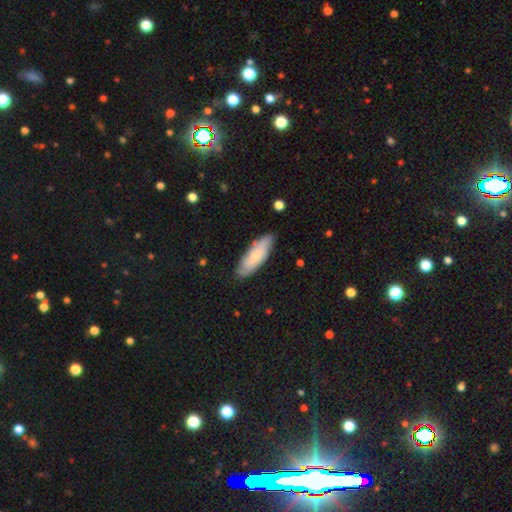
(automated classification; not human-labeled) This appears to be a smooth galaxy with no disk features (69%) that is in between round and cigar-shaped (61%). Merging: none (81%).